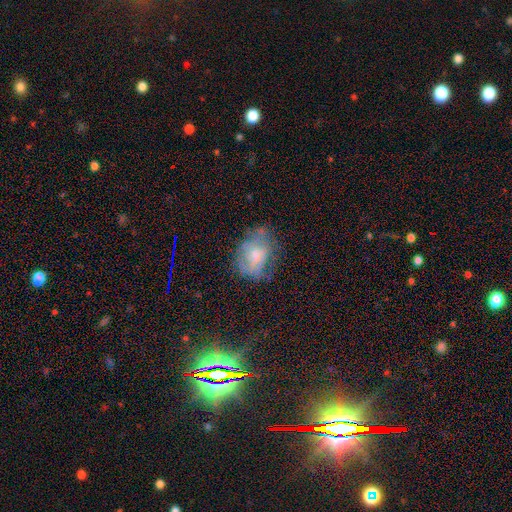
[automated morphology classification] Smooth or featured: smooth — 51% (featured or disk — 37%)
How rounded: in between — 66% (round — 33%)
Merging: none — 49% (minor disturbance — 30%)